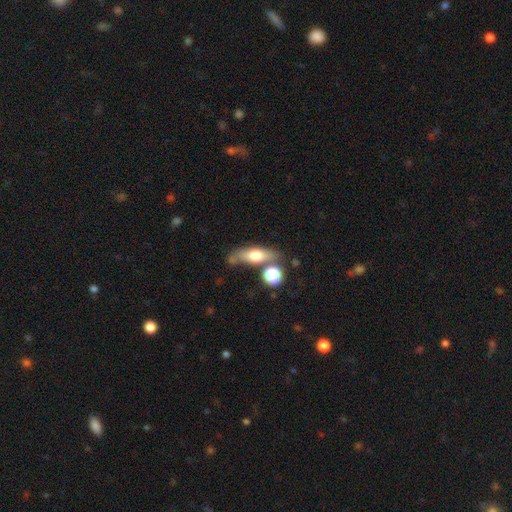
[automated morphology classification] smooth-or-featured: smooth: 53% | featured or disk: 38% | star or artifact: 9%
  how-rounded: in between: 48% | cigar-shaped: 43% | round: 9%
  merging: none: 63% | minor disturbance: 16% | merger: 14% | major disturbance: 6%